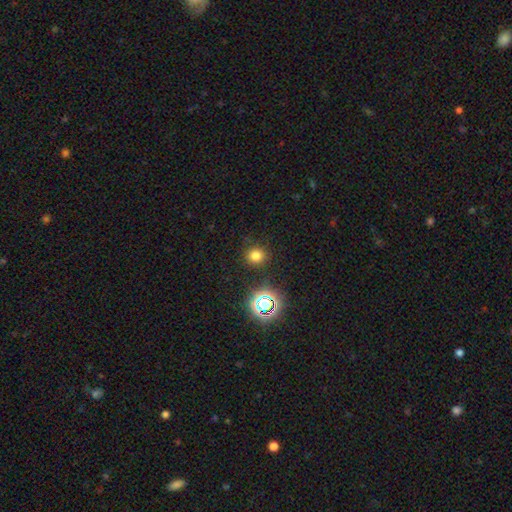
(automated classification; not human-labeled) This appears to be a smooth galaxy with no disk features (73%) that is round (88%). Merging: none (88%).